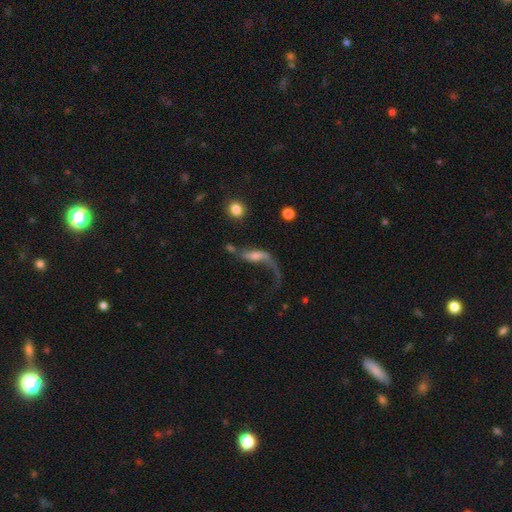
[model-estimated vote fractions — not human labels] Smooth or featured: featured or disk — 65% (smooth — 26%)
Edge-on disk: no — 85% (yes — 15%)
Bar: no — 49% (weak — 33%)
Spiral arms: yes — 79% (no — 21%)
Bulge size: small — 39% (moderate — 33%)
Merging: major disturbance — 46% (none — 26%)